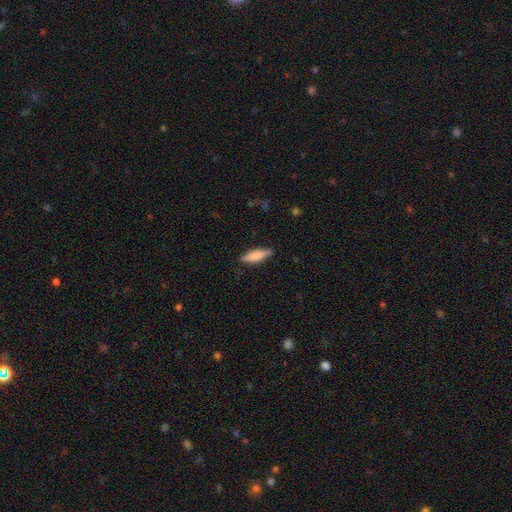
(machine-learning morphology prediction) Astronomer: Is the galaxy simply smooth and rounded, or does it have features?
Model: smooth — 81%.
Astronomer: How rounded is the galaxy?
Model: cigar-shaped — 51% (runner-up: in between, 47%).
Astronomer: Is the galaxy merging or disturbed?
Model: none — 81%.